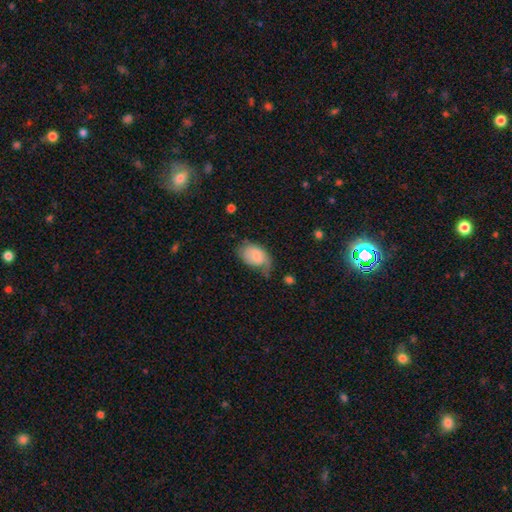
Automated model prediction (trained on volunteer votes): Smooth or featured: smooth — 68% (featured or disk — 25%)
How rounded: in between — 90% (round — 9%)
Merging: minor disturbance — 39% (none — 35%)